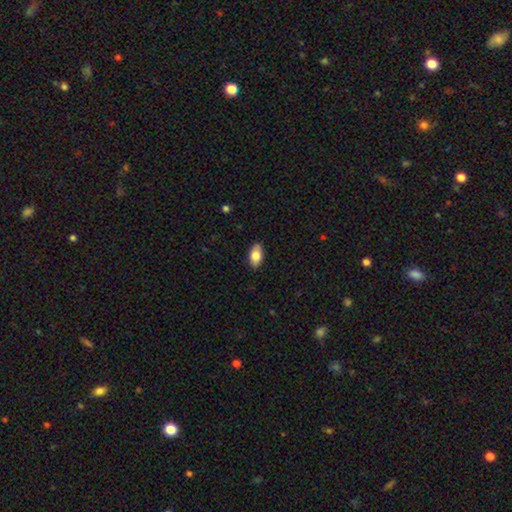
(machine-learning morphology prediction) Smooth or featured? smooth (79%)
How rounded? in between (91%)
Merging? none (85%)